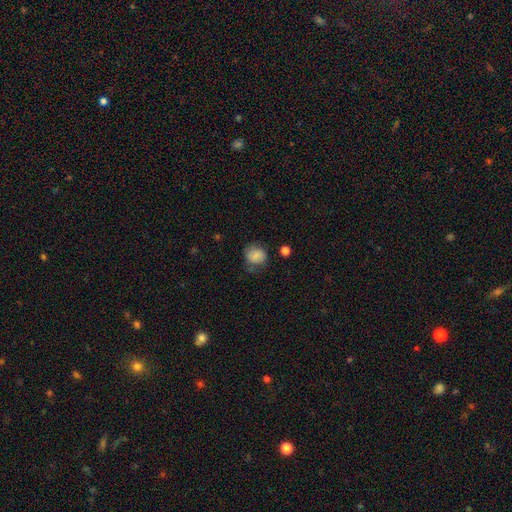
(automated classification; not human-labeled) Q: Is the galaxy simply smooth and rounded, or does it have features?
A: smooth — 82%.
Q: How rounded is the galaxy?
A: round — 70%.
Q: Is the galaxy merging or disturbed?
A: none — 64%.